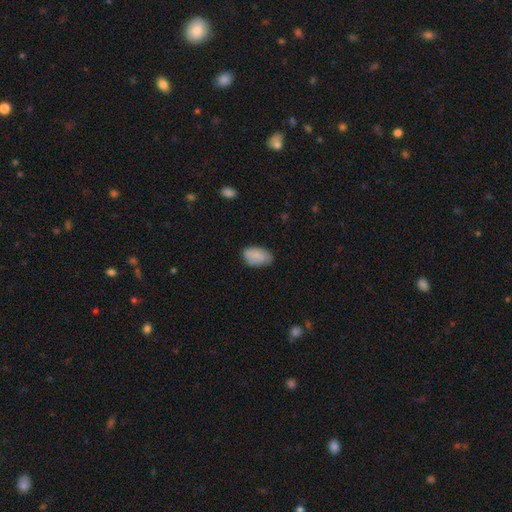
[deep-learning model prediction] This is clearly a smooth galaxy (85%). How rounded: clearly in between (92%). Merging: likely none (68%).